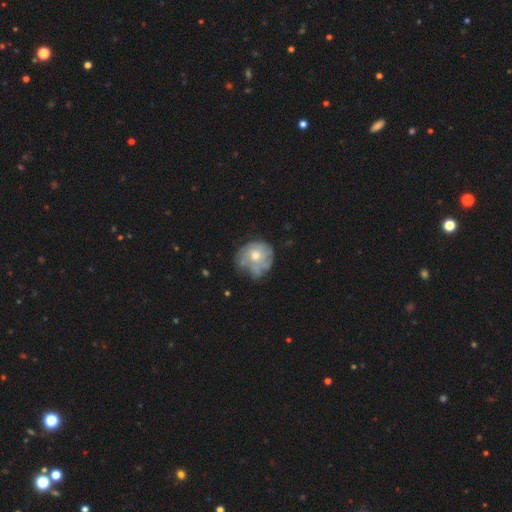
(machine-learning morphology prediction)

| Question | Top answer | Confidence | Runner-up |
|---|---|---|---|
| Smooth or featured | featured or disk | 61% | smooth (30%) |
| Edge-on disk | no | 97% | yes (3%) |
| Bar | no | 86% | weak (12%) |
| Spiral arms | yes | 64% | no (36%) |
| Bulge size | moderate | 66% | small (28%) |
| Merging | none | 57% | minor disturbance (25%) |